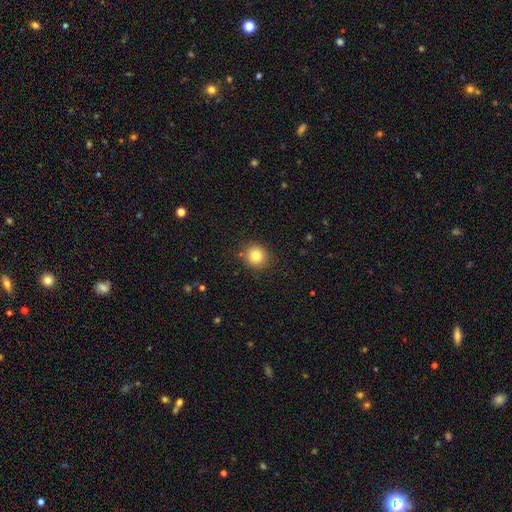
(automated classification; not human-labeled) Morphology: type=smooth (82%); roundness=round (89%); merging=none (88%).